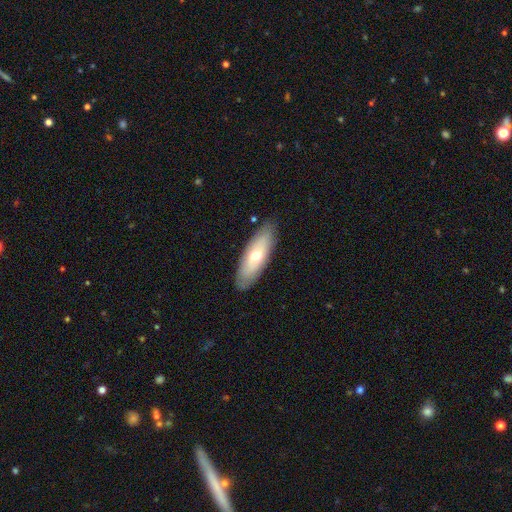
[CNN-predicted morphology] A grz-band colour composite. It shows a smooth galaxy with no disk features (55%) that is in between round and cigar-shaped (62%). Merging: none (86%).